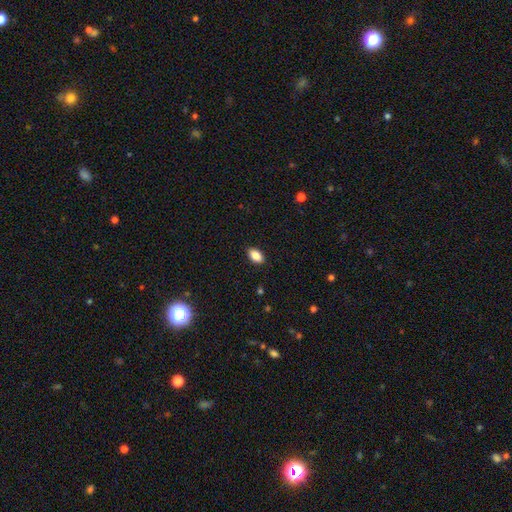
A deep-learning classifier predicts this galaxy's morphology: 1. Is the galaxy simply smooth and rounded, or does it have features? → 87% smooth, 8% star or artifact, 5% featured or disk.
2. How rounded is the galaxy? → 91% in between, 6% round, 2% cigar-shaped.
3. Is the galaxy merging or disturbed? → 89% none, 8% minor disturbance, 2% major disturbance, 1% merger.